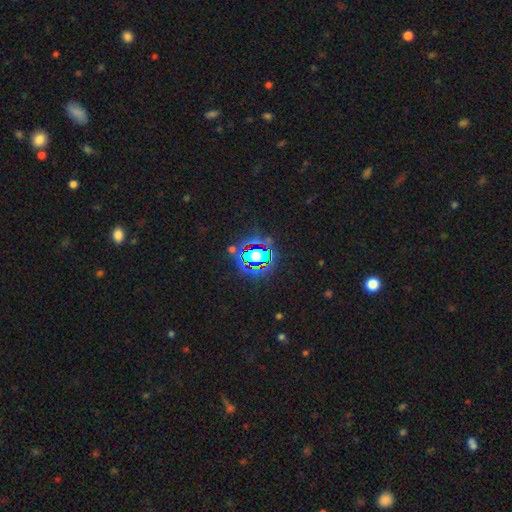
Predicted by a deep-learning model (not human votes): Smooth or featured?
  - star or artifact: 63% *
  - smooth: 25%
  - featured or disk: 12%